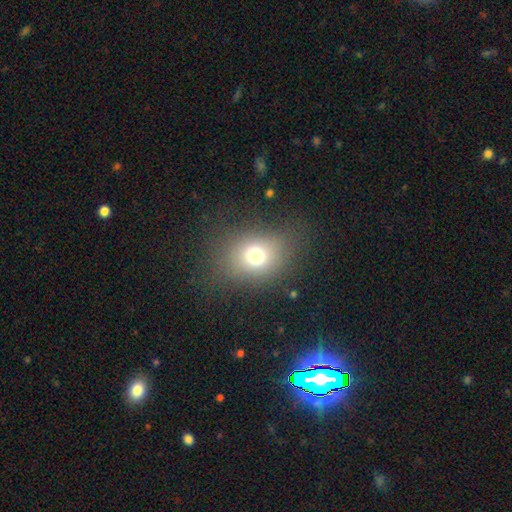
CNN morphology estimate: A smooth galaxy with no disk features (71%) that is round (52%).

Vote fractions:
- Smooth or featured? smooth: 71% / star or artifact: 17% / featured or disk: 12%
- How rounded? round: 52% / in between: 47% / cigar-shaped: 1%
- Merging? none: 78% / minor disturbance: 12% / major disturbance: 8% / merger: 1%